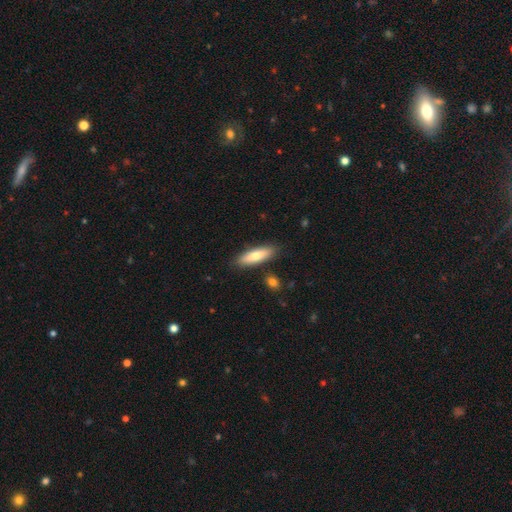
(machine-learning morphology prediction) Smooth or featured? Predicted: smooth (p=0.73). How rounded? Predicted: cigar-shaped (p=0.62). Merging? Predicted: none (p=0.86).